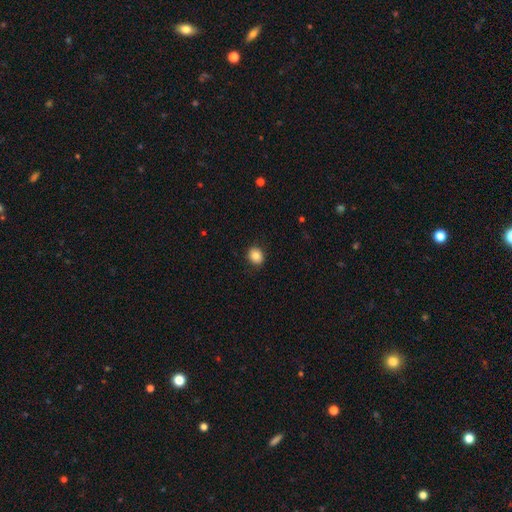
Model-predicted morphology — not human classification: Overall: smooth (84%). How rounded: round (63%; in between 37%). Merging: none (88%).